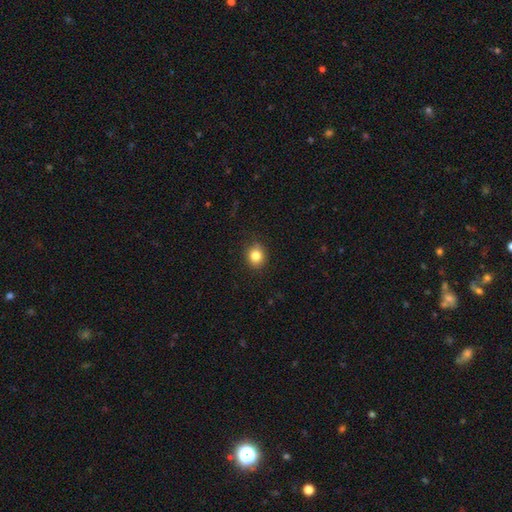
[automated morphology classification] This appears to be a smooth galaxy with no disk features (83%) that is round (72%). Merging: none (87%).